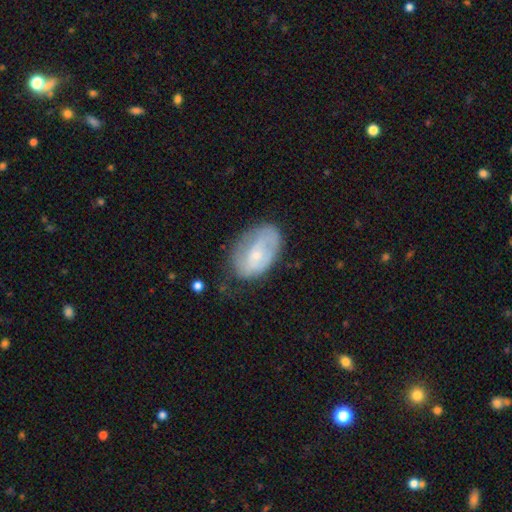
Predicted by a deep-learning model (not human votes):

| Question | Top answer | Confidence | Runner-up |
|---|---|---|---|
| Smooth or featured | featured or disk | 48% | smooth (45%) |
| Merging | none | 56% | minor disturbance (30%) |